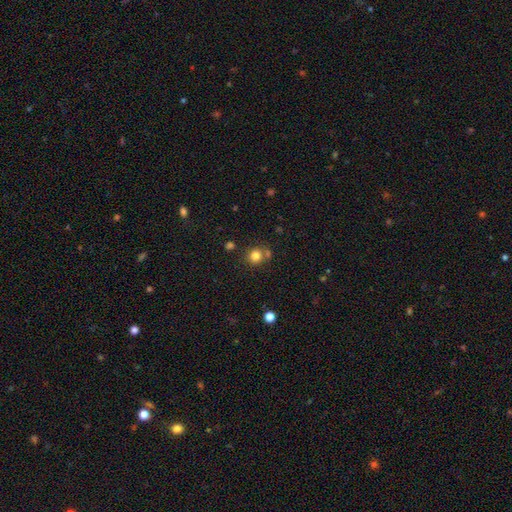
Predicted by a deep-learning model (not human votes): Morphology: type=smooth (80%); roundness=round (88%); merging=none (71%).